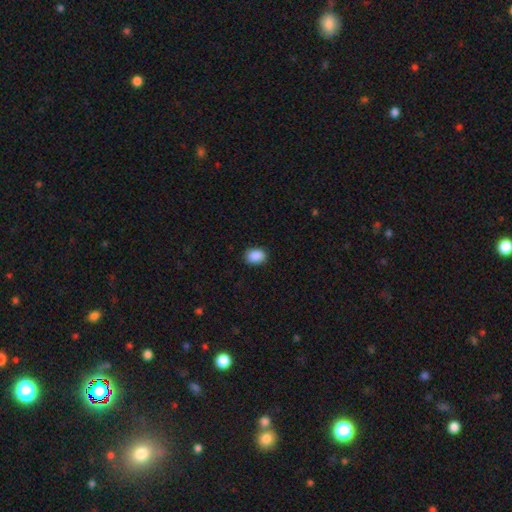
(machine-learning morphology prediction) This is clearly a smooth galaxy (90%). How rounded: likely in between (73%). Merging: clearly none (87%).